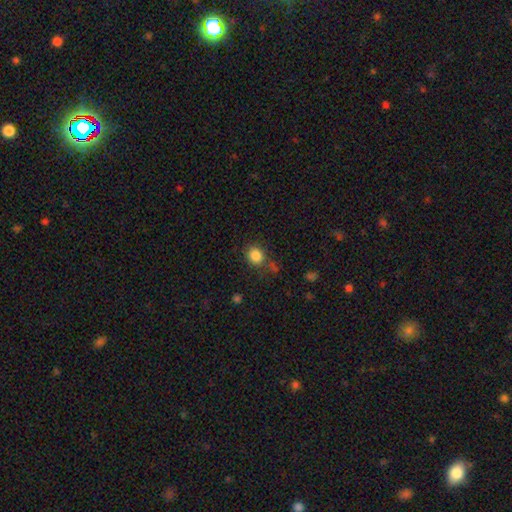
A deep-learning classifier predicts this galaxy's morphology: Smooth or featured: smooth — 84% (star or artifact — 11%)
How rounded: round — 76% (in between — 23%)
Merging: none — 70% (minor disturbance — 17%)